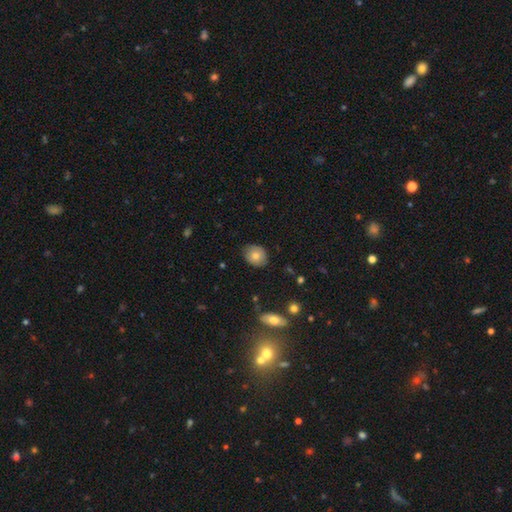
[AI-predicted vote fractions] The model was most divided on "how rounded": round: 65%, in between: 34%, cigar-shaped: 1%. More confident: merging — none (81%); smooth or featured — smooth (74%).